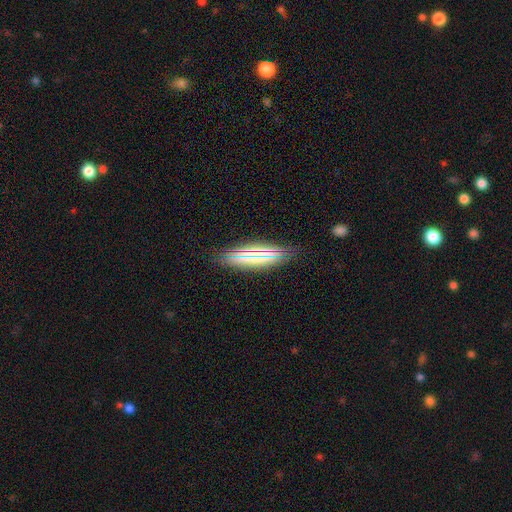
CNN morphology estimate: The model was most divided on "smooth or featured": smooth: 60%, featured or disk: 28%, star or artifact: 13%. More confident: merging — none (83%); how rounded — in between (64%).